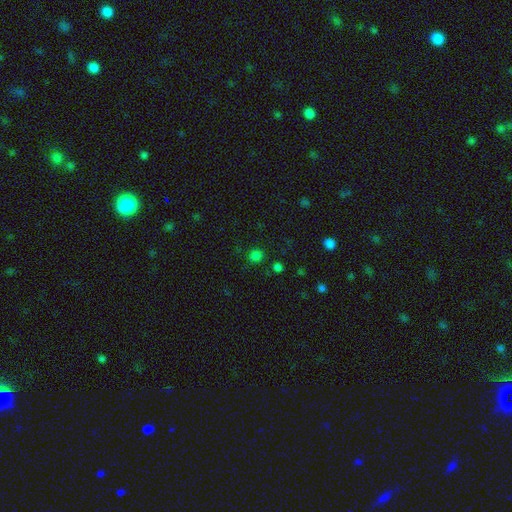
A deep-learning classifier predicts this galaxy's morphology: A smooth galaxy with no disk features (77%) that is round (87%).

Vote fractions:
- Smooth or featured? smooth: 77% / star or artifact: 19% / featured or disk: 4%
- How rounded? round: 87% / in between: 12% / cigar-shaped: 1%
- Merging? none: 87% / minor disturbance: 8% / major disturbance: 3% / merger: 2%